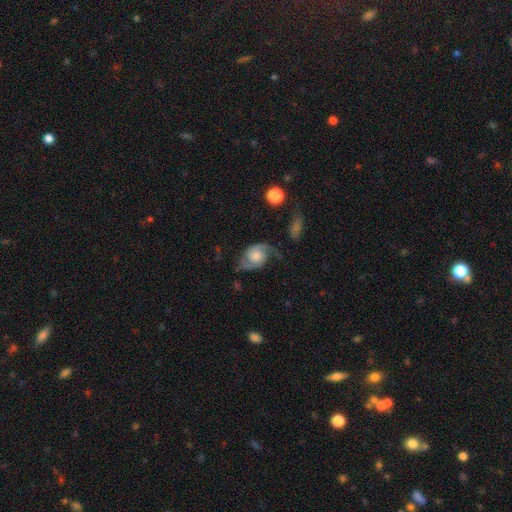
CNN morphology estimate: smooth-or-featured: featured or disk: 78% | smooth: 16% | star or artifact: 6%
  disk-edge-on: no: 97% | yes: 3%
    bar: no: 70% | weak: 25% | strong: 4%
    has-spiral-arms: yes: 94% | no: 6%
      spiral-winding: medium: 46% | loose: 35% | tight: 19%
      spiral-arm-count: 2: 88% | 1: 5% | can't tell: 4% | 3: 1% | 4: 1% | more than 4: 1%
    bulge-size: moderate: 36% | large: 31% | small: 17% | none: 11% | dominant: 5%
  merging: none: 58% | minor disturbance: 23% | major disturbance: 16% | merger: 3%